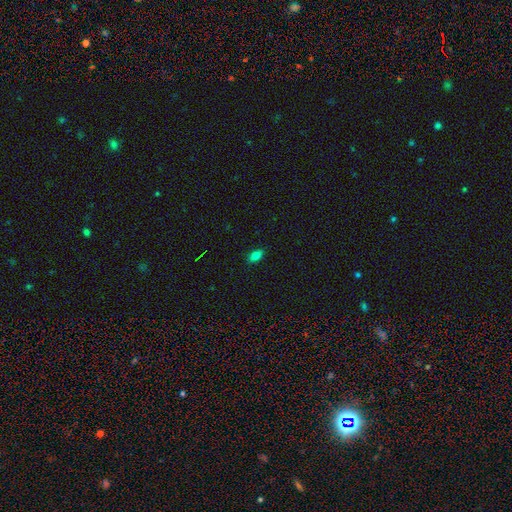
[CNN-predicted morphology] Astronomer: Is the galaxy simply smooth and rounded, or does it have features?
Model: smooth — 78%.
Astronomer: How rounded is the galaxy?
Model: in between — 86%.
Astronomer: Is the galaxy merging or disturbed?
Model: none — 86%.